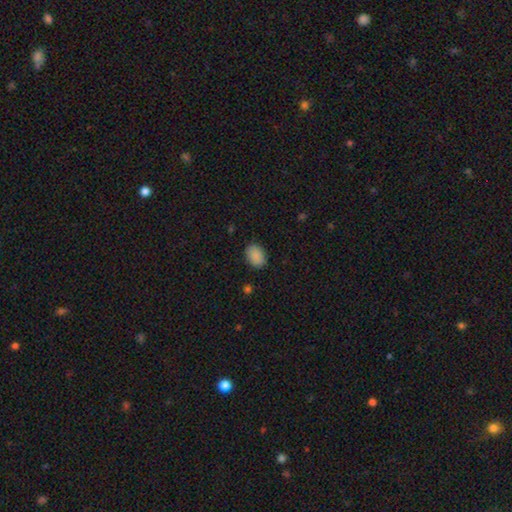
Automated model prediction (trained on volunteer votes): Morphology: type=smooth (89%); roundness=in between (77%); merging=none (87%).